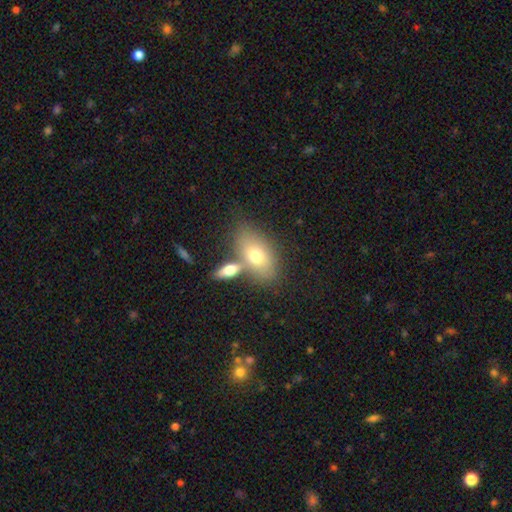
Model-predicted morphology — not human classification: smooth_or_featured: smooth (p=0.68) [alt: featured or disk p=0.24]
how_rounded: in between (p=0.87) [alt: round p=0.09]
merging: none (p=0.50) [alt: merger p=0.34]